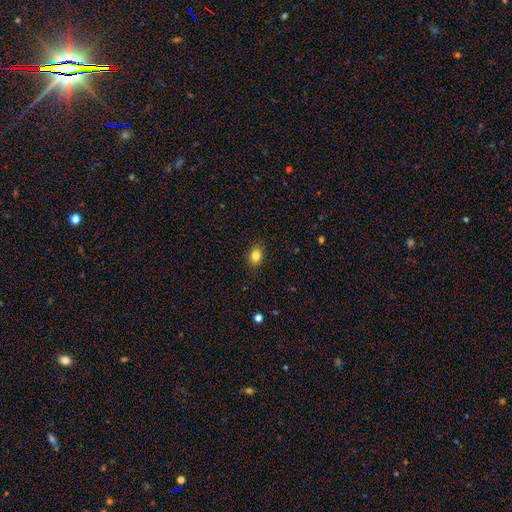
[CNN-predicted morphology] Smooth or featured?
  - smooth: 83% *
  - star or artifact: 10%
  - featured or disk: 7%
How rounded?
  - in between: 68% *
  - round: 31%
  - cigar-shaped: 1%
Merging?
  - none: 87% *
  - minor disturbance: 10%
  - major disturbance: 2%
  - merger: 1%